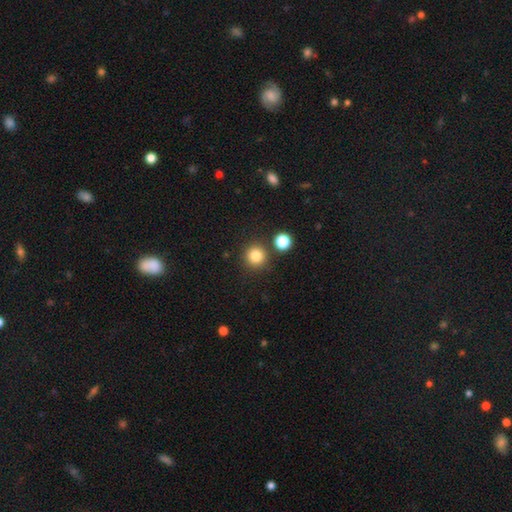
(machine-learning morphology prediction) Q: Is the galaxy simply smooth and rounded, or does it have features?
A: smooth — 83%.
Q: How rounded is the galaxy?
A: round — 94%.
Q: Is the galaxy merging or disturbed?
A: none — 84%.